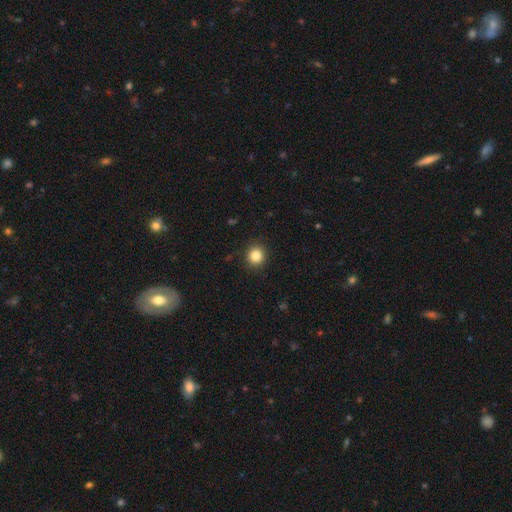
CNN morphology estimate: Smooth or featured? smooth (84%)
How rounded? round (91%)
Merging? none (91%)